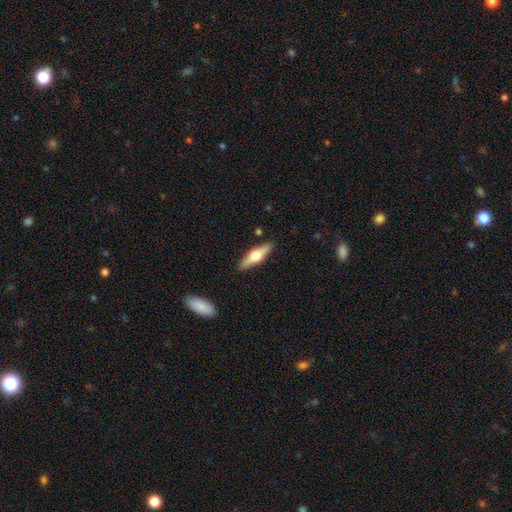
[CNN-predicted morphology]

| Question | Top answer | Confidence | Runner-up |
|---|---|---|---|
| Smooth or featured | featured or disk | 56% | smooth (39%) |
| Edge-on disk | yes | 94% | no (6%) |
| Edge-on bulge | rounded | 94% | boxy (4%) |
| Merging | none | 88% | minor disturbance (8%) |